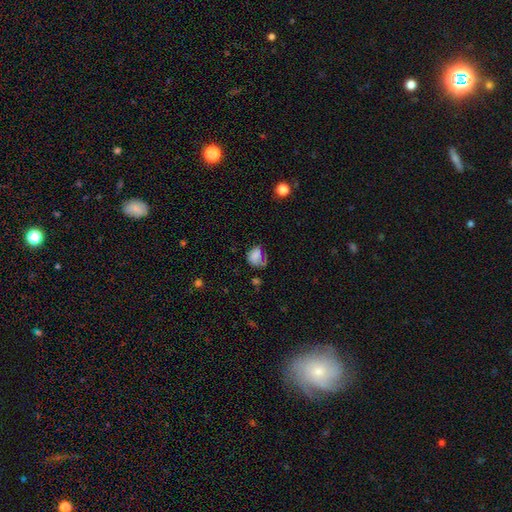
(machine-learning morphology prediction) smooth_or_featured: smooth (p=0.65) [alt: featured or disk p=0.23]
how_rounded: in between (p=0.57) [alt: round p=0.41]
merging: none (p=0.33) [alt: major disturbance p=0.32]